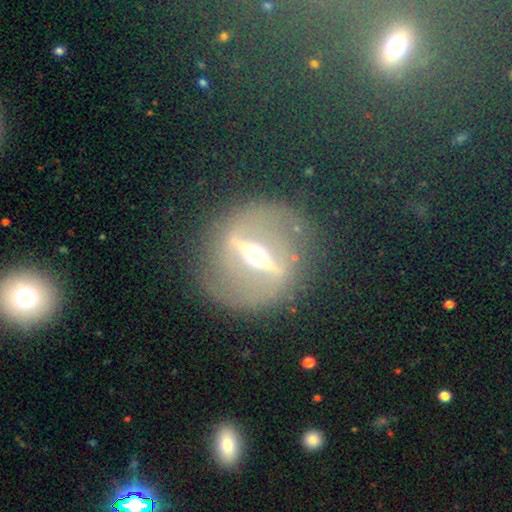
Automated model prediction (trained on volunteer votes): Q: Smooth or featured?
A: featured or disk (83%); runner-up: star or artifact (9%)
Q: Edge-on disk?
A: no (51%); runner-up: yes (49%)
Q: Merging?
A: none (83%); runner-up: minor disturbance (10%)